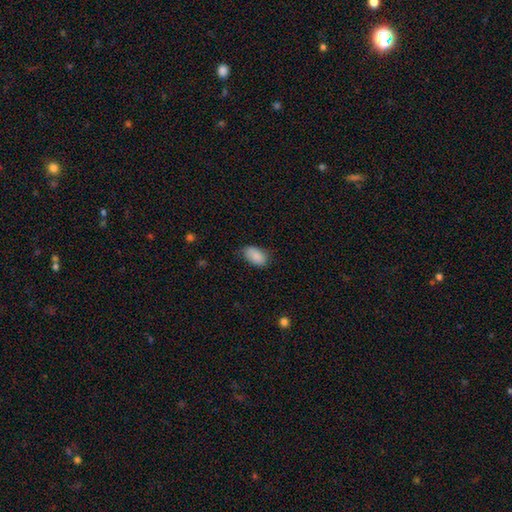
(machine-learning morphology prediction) Smooth or featured? smooth (87%)
How rounded? in between (93%)
Merging? none (69%)